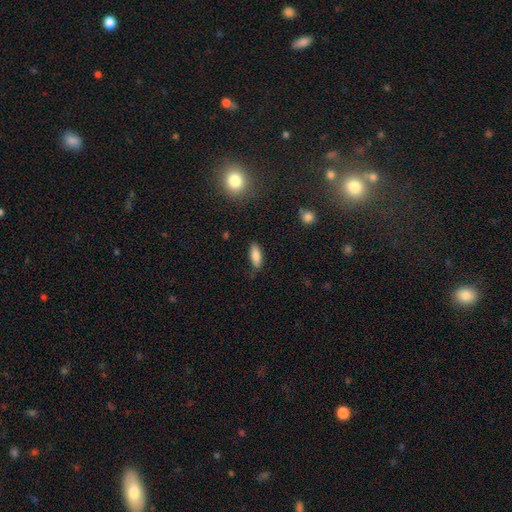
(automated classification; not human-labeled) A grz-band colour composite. It shows a smooth galaxy with no disk features (84%) that is in between round and cigar-shaped (77%). Merging: none (70%).